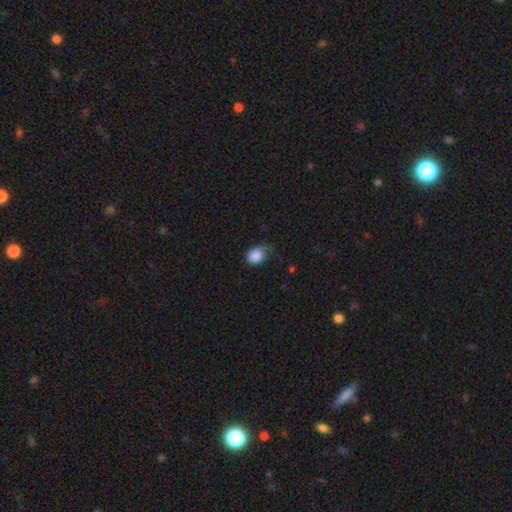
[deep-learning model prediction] smooth-or-featured: smooth: 85% | featured or disk: 8% | star or artifact: 7%
  how-rounded: round: 51% | in between: 48% | cigar-shaped: 1%
  merging: minor disturbance: 40% | none: 33% | major disturbance: 25% | merger: 3%